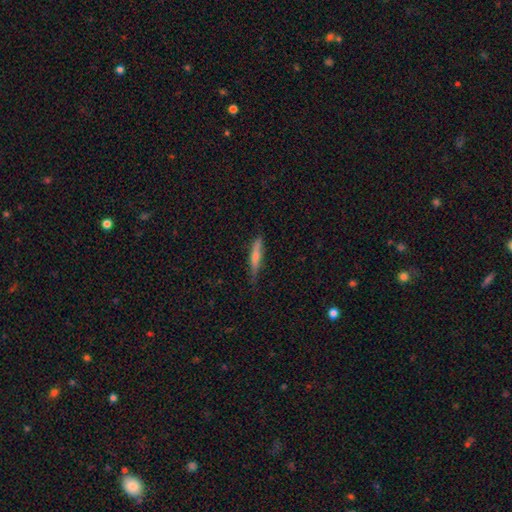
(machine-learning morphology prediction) The model was most divided on "smooth or featured": smooth: 64%, featured or disk: 29%, star or artifact: 6%. More confident: how rounded — cigar-shaped (88%); merging — none (75%).